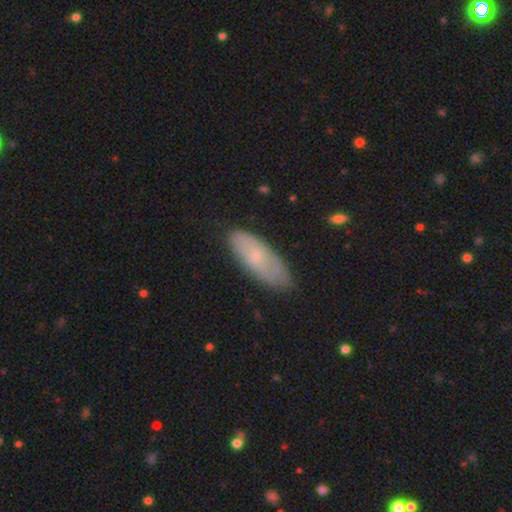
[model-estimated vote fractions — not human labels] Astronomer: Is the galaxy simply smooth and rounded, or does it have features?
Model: smooth — 60%.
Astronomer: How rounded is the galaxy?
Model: in between — 74%.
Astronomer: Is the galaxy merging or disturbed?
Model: none — 78%.